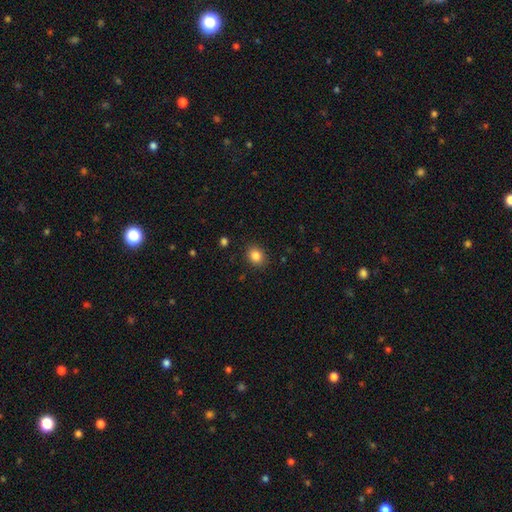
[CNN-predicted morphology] Smooth or featured? Predicted: smooth (p=0.84). How rounded? Predicted: round (p=0.57). Merging? Predicted: none (p=0.88).